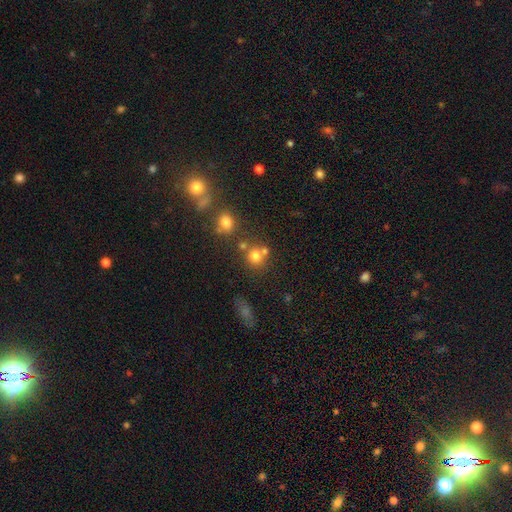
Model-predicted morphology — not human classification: This appears to be a smooth galaxy with no disk features (74%) that is round (87%). Merging: none (57%).